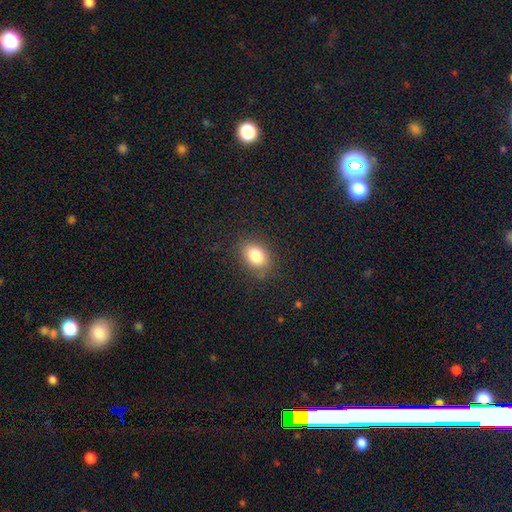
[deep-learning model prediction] Smooth or featured? smooth (82%)
How rounded? in between (74%)
Merging? none (79%)